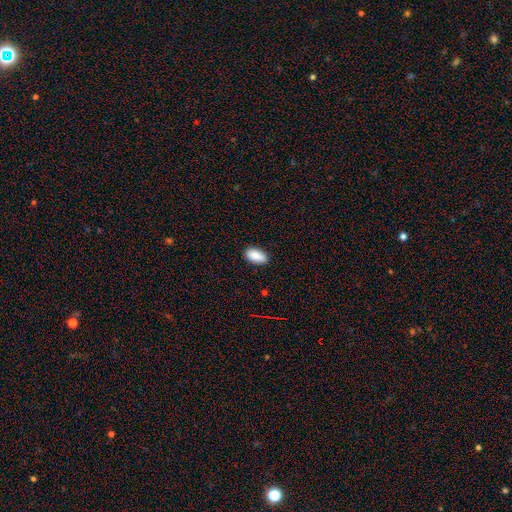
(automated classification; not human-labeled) This appears to be a smooth galaxy with no disk features (89%) that is in between round and cigar-shaped (92%). Merging: none (88%).